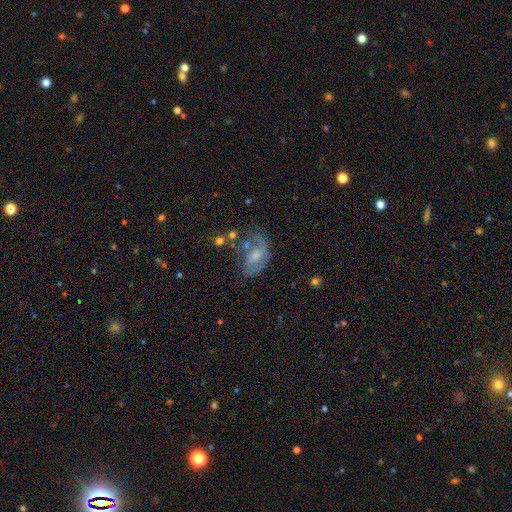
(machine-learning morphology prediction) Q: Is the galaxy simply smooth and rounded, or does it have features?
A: featured or disk — 58%.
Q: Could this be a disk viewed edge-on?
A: no — 96%.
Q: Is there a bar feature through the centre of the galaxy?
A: no — 51%.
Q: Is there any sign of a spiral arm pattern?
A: yes — 63%.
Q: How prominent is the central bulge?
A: moderate — 49%.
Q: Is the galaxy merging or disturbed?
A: none — 43%.